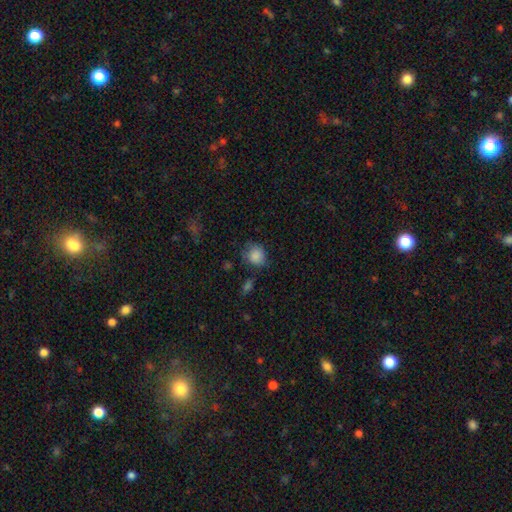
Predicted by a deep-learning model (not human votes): A smooth galaxy with no disk features (85%) that is round (78%). Merging: none (65%).